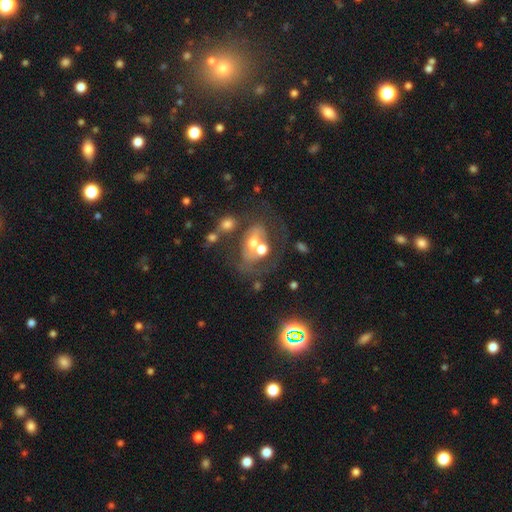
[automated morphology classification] The model was most divided on "merging": merger: 44%, none: 31%, major disturbance: 12%, minor disturbance: 12%. Remaining: smooth or featured — featured or disk (44%).